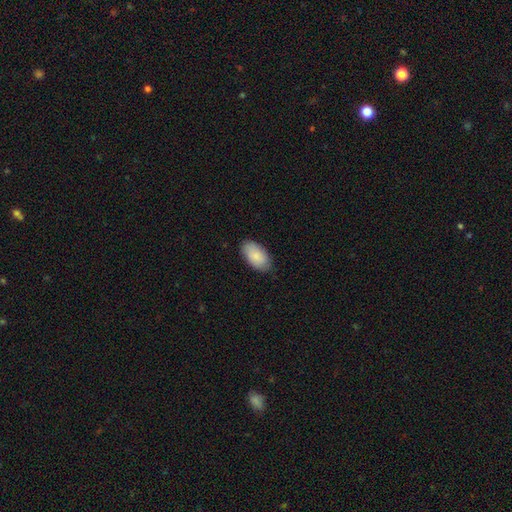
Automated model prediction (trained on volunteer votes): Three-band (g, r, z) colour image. It shows a smooth galaxy with no disk features (87%) that is in between round and cigar-shaped (96%). Merging: none (84%).